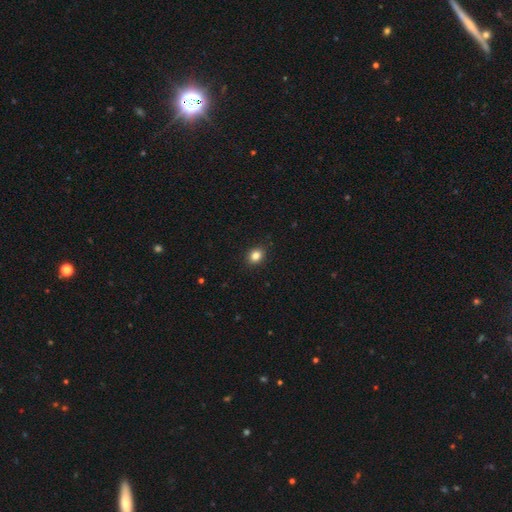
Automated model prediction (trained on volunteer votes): Smooth or featured?
  - smooth: 84% *
  - star or artifact: 11%
  - featured or disk: 5%
How rounded?
  - round: 53% *
  - in between: 47%
  - cigar-shaped: 1%
Merging?
  - none: 90% *
  - minor disturbance: 7%
  - major disturbance: 2%
  - merger: 1%